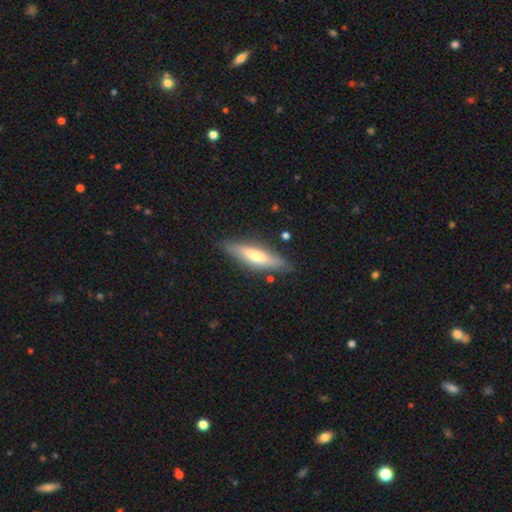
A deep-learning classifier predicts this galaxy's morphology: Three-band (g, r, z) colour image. It shows a smooth galaxy with no disk features (56%) that is cigar-shaped (72%). Merging: none (82%).